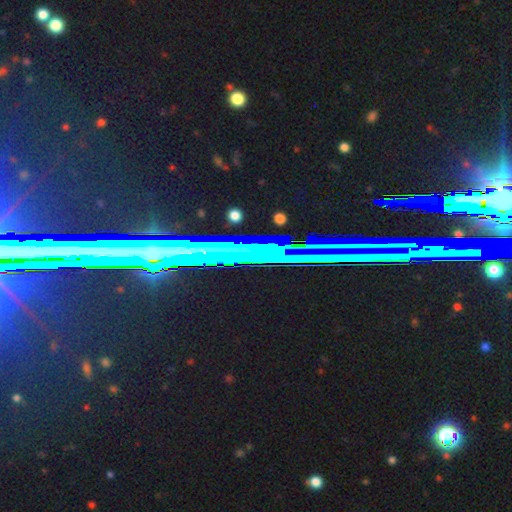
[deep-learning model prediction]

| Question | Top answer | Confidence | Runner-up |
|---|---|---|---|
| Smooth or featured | star or artifact | 74% | featured or disk (16%) |